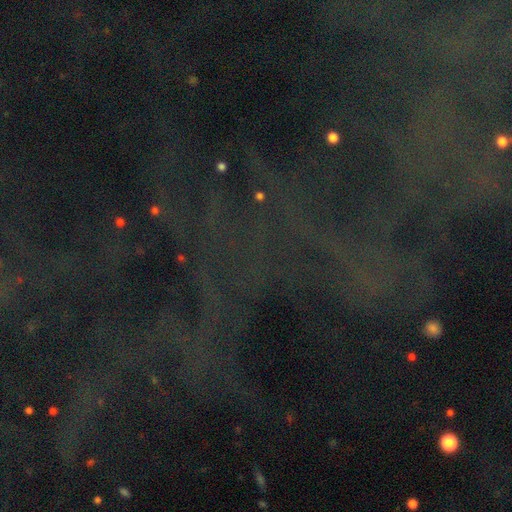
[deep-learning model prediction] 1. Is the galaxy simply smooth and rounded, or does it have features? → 81% star or artifact, 9% featured or disk, 9% smooth.